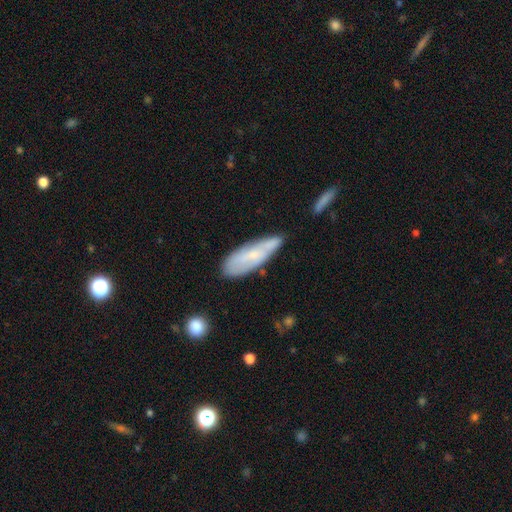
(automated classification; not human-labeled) A smooth galaxy with no disk features (52%) that is in between round and cigar-shaped (51%). Merging: none (61%).